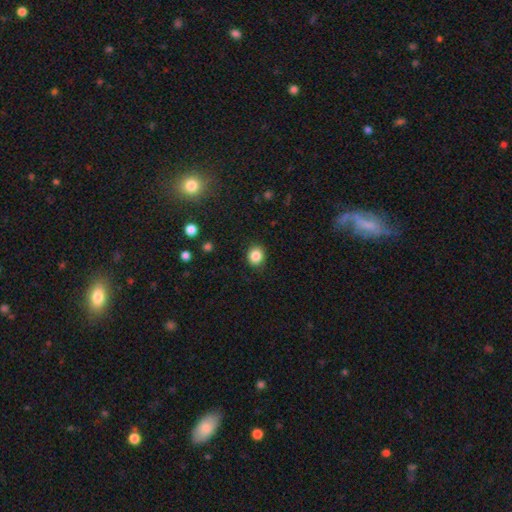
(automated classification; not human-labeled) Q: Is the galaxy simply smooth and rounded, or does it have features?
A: smooth — 86%.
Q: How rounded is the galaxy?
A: round — 76%.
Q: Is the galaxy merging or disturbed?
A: none — 88%.